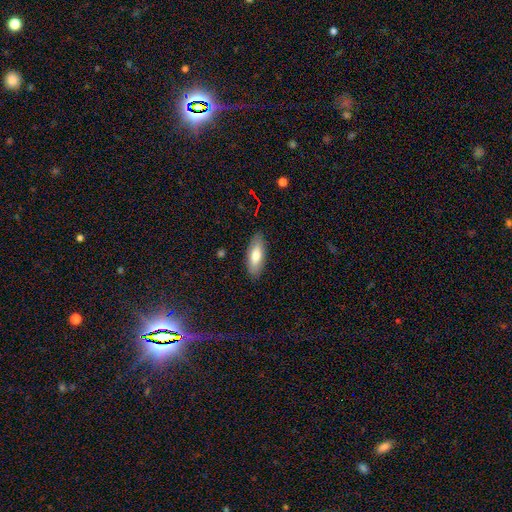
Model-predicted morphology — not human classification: Q: Smooth or featured?
A: smooth (73%); runner-up: featured or disk (20%)
Q: How rounded?
A: in between (71%); runner-up: cigar-shaped (27%)
Q: Merging?
A: none (87%); runner-up: minor disturbance (10%)